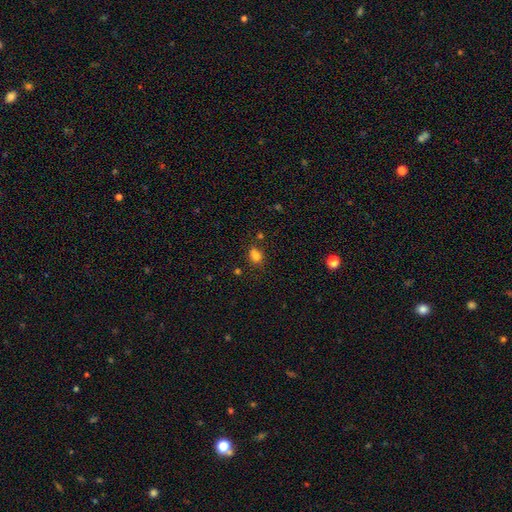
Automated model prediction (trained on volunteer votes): Smooth or featured?
  - smooth: 76% *
  - star or artifact: 16%
  - featured or disk: 8%
How rounded?
  - in between: 56% *
  - round: 42%
  - cigar-shaped: 2%
Merging?
  - none: 57% *
  - minor disturbance: 20%
  - merger: 17%
  - major disturbance: 6%